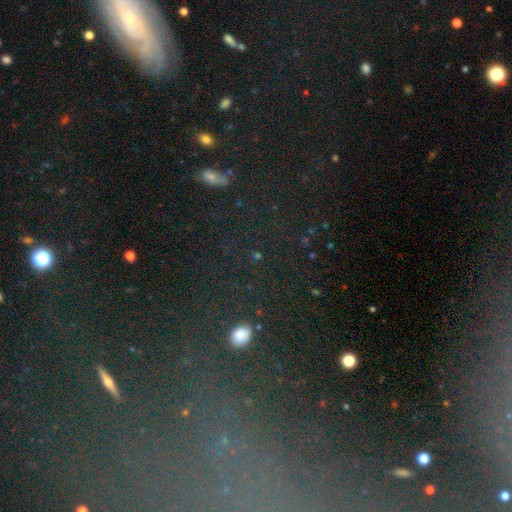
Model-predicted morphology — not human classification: Smooth or featured? star or artifact (49%)